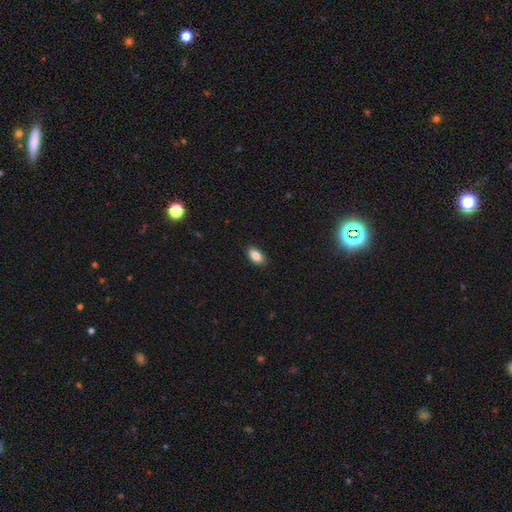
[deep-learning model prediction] Morphology: type=smooth (85%); roundness=in between (91%); merging=none (88%).